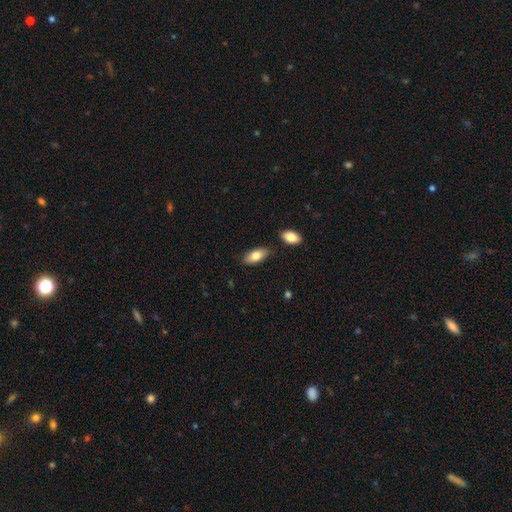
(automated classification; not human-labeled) Q: Smooth or featured?
A: smooth (81%); runner-up: featured or disk (13%)
Q: How rounded?
A: in between (90%); runner-up: cigar-shaped (8%)
Q: Merging?
A: none (82%); runner-up: minor disturbance (11%)